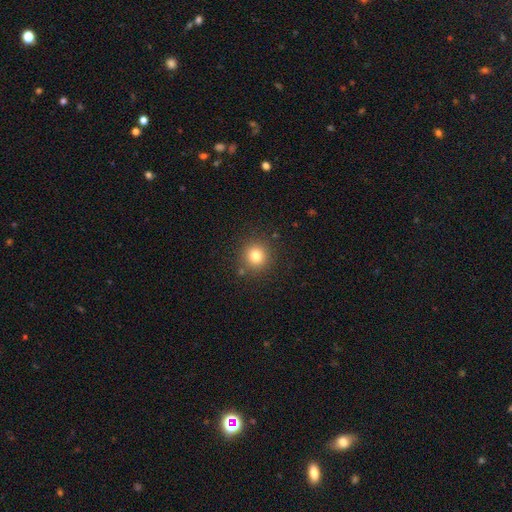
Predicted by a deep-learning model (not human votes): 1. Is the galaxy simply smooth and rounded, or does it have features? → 79% smooth, 13% star or artifact, 8% featured or disk.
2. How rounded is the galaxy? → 94% round, 5% in between, 1% cigar-shaped.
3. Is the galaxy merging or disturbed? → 87% none, 7% minor disturbance, 3% major disturbance, 3% merger.